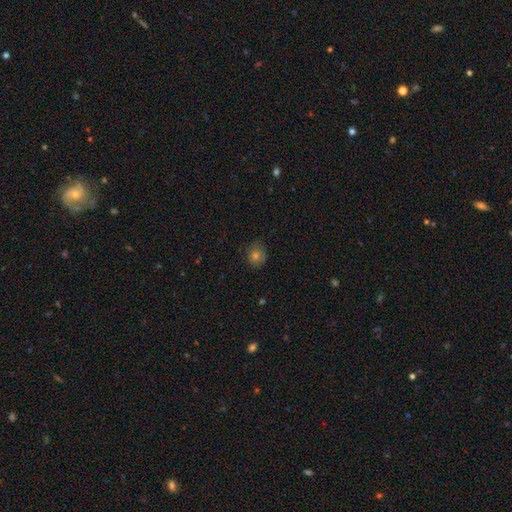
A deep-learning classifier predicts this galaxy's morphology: Smooth or featured? Predicted: smooth (p=0.68). How rounded? Predicted: round (p=0.78). Merging? Predicted: none (p=0.78).